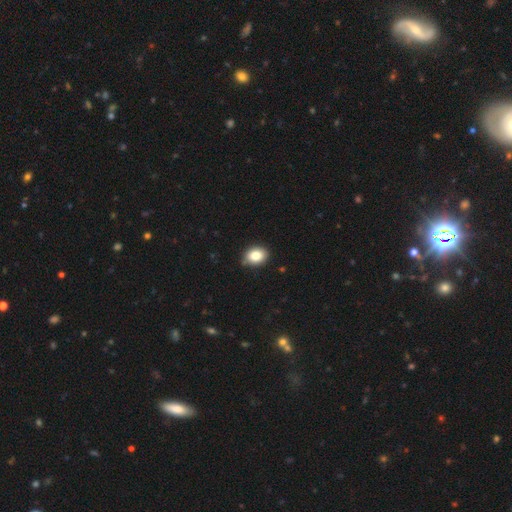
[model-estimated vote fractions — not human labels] Q: Smooth or featured?
A: smooth (83%); runner-up: star or artifact (9%)
Q: How rounded?
A: in between (58%); runner-up: round (41%)
Q: Merging?
A: none (83%); runner-up: minor disturbance (14%)